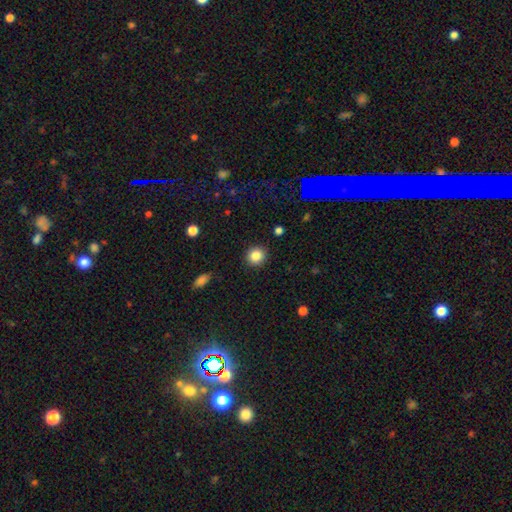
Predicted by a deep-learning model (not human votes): smooth-or-featured: smooth: 85% | star or artifact: 10% | featured or disk: 5%
  how-rounded: round: 89% | in between: 10% | cigar-shaped: 1%
  merging: none: 91% | minor disturbance: 6% | major disturbance: 2% | merger: 1%